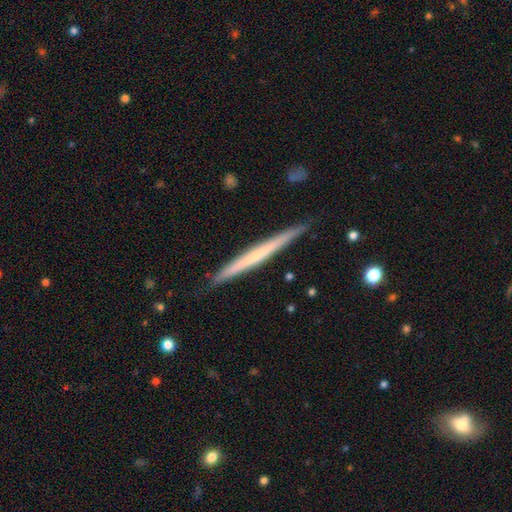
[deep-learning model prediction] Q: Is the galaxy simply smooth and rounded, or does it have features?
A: featured or disk — 49%.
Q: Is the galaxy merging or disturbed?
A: none — 90%.